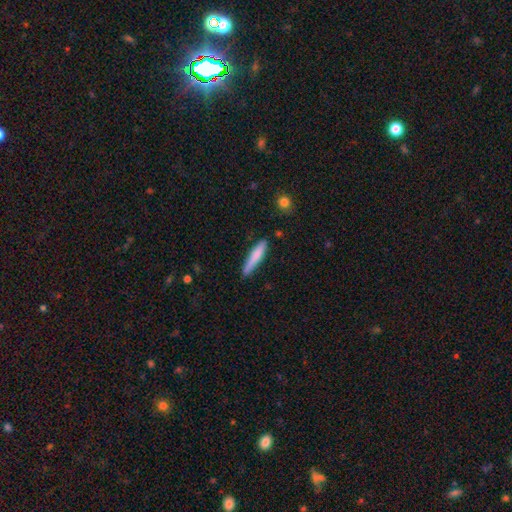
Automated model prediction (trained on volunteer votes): Q: Smooth or featured?
A: smooth (76%); runner-up: featured or disk (19%)
Q: How rounded?
A: cigar-shaped (90%); runner-up: in between (9%)
Q: Merging?
A: none (79%); runner-up: minor disturbance (16%)